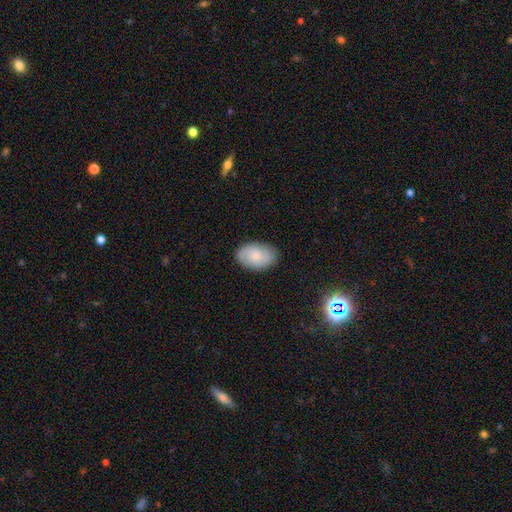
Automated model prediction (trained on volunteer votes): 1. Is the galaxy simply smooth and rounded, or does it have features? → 71% smooth, 21% featured or disk, 7% star or artifact.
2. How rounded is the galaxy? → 89% in between, 10% round, 1% cigar-shaped.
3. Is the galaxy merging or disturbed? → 85% none, 11% minor disturbance, 3% major disturbance, 1% merger.